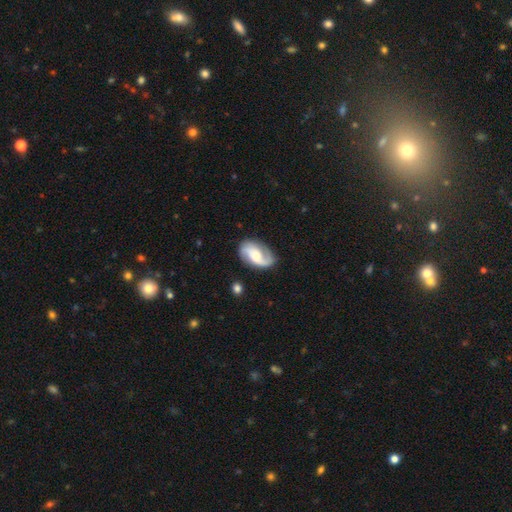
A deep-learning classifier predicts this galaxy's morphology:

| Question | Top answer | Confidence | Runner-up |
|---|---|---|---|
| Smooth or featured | featured or disk | 78% | smooth (17%) |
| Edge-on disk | no | 97% | yes (3%) |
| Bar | no | 48% | weak (39%) |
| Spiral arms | yes | 95% | no (5%) |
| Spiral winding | loose | 42% | medium (41%) |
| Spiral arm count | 2 | 84% | 1 (7%) |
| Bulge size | moderate | 51% | small (33%) |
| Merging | none | 76% | minor disturbance (16%) |